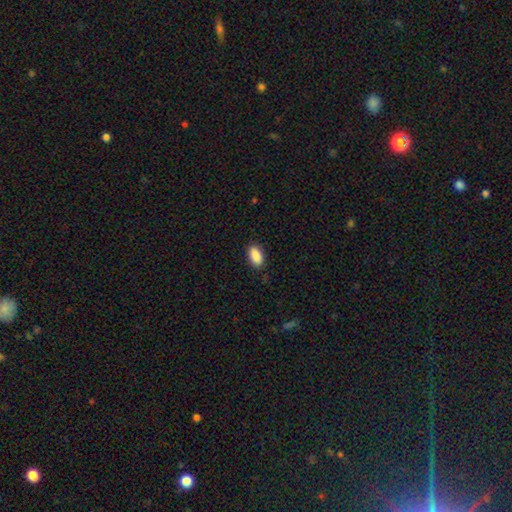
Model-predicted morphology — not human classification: type=smooth (90%); roundness=in between (92%); merging=none (87%).